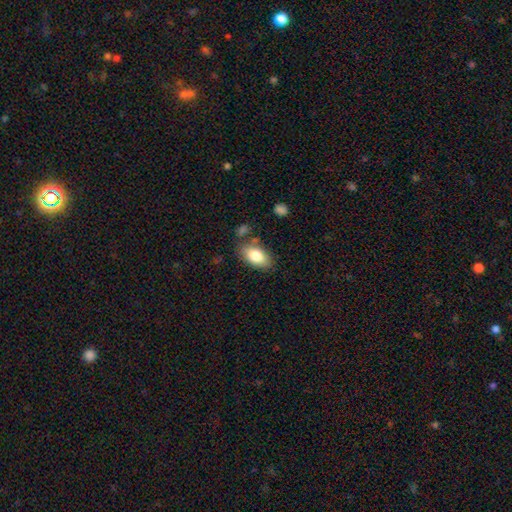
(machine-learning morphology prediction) Q: Smooth or featured?
A: smooth (81%); runner-up: featured or disk (12%)
Q: How rounded?
A: in between (92%); runner-up: round (5%)
Q: Merging?
A: none (77%); runner-up: minor disturbance (15%)